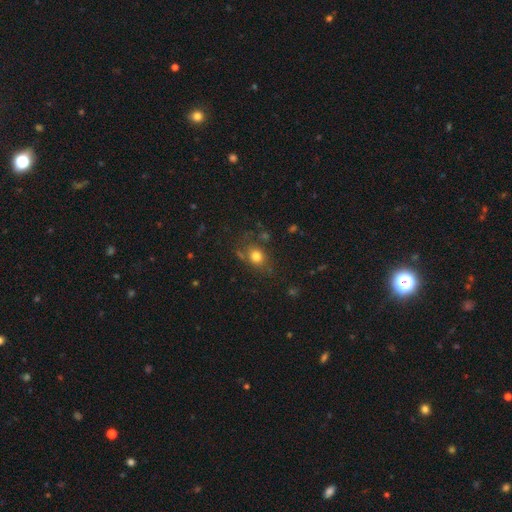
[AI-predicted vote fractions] Q: Smooth or featured?
A: smooth (76%); runner-up: star or artifact (13%)
Q: How rounded?
A: round (56%); runner-up: in between (42%)
Q: Merging?
A: none (71%); runner-up: minor disturbance (18%)